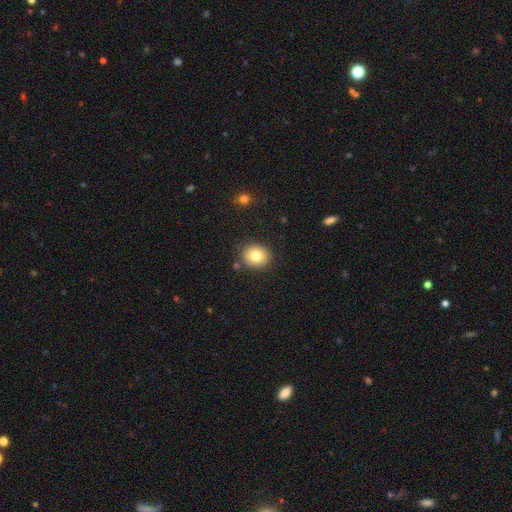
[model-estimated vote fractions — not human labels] This appears to be a smooth galaxy with no disk features (82%) that is round (74%). Merging: none (86%).